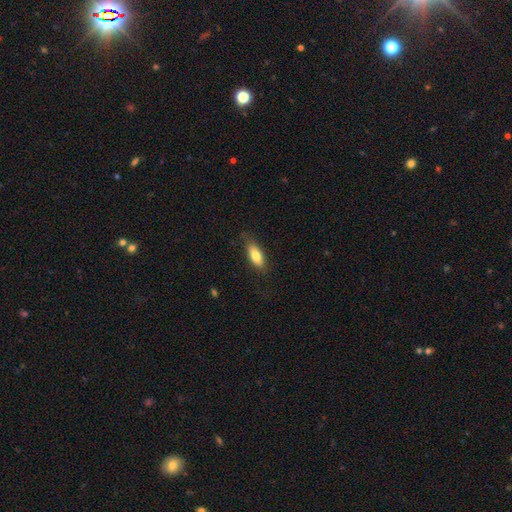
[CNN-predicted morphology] smooth-or-featured: smooth: 78% | featured or disk: 16% | star or artifact: 6%
  how-rounded: in between: 77% | cigar-shaped: 21% | round: 2%
  merging: none: 76% | minor disturbance: 18% | major disturbance: 4% | merger: 1%